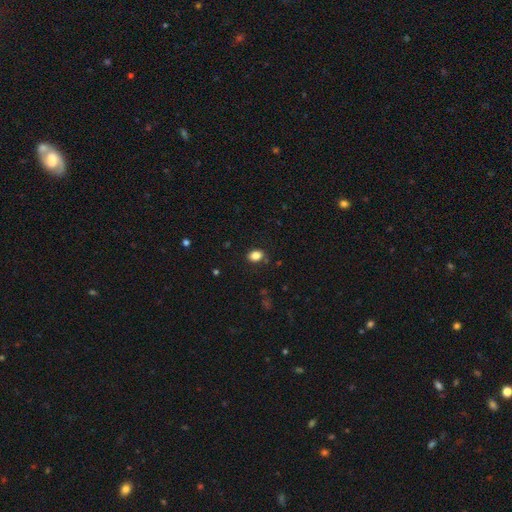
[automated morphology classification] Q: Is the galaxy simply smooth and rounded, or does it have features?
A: smooth — 84%.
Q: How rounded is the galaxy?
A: in between — 66%.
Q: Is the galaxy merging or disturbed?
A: none — 85%.